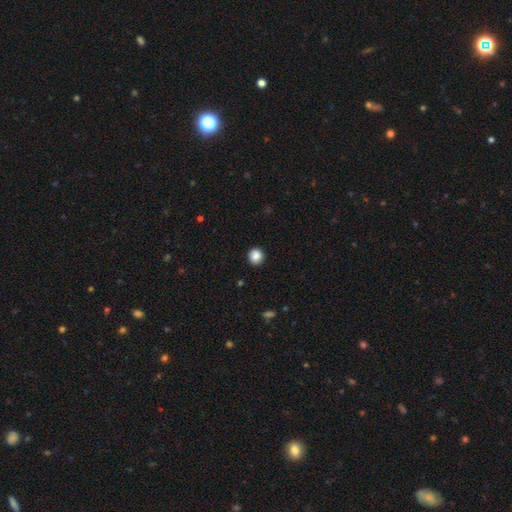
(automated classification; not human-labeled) smooth-or-featured: smooth: 87% | star or artifact: 10% | featured or disk: 3%
  how-rounded: round: 89% | in between: 10% | cigar-shaped: 1%
  merging: none: 92% | minor disturbance: 6% | major disturbance: 2% | merger: 1%